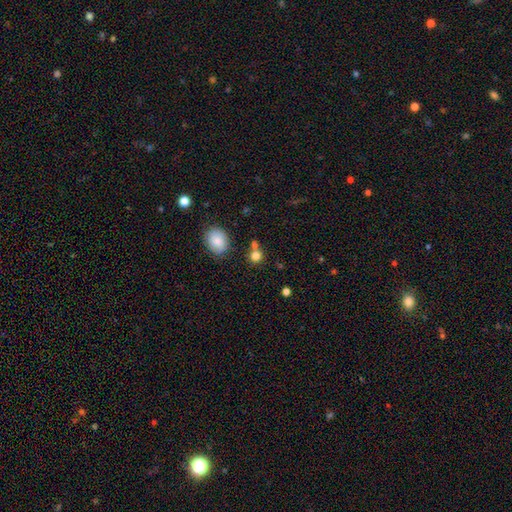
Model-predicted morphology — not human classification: The model was most divided on "merging": none: 65%, merger: 22%, minor disturbance: 9%, major disturbance: 3%. More confident: how rounded — round (85%); smooth or featured — smooth (81%).